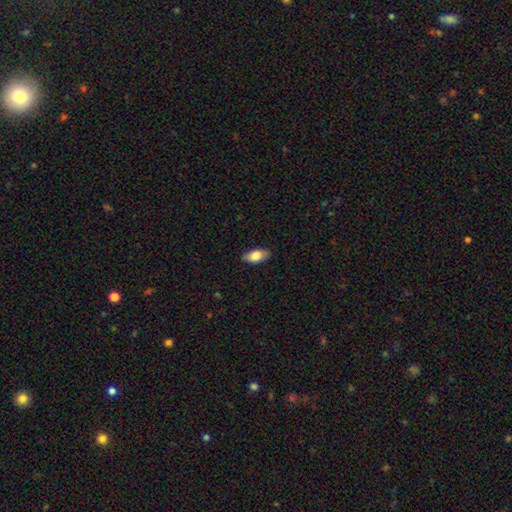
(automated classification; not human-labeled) This is likely a smooth galaxy (79%). How rounded: clearly in between (89%). Merging: clearly none (85%).